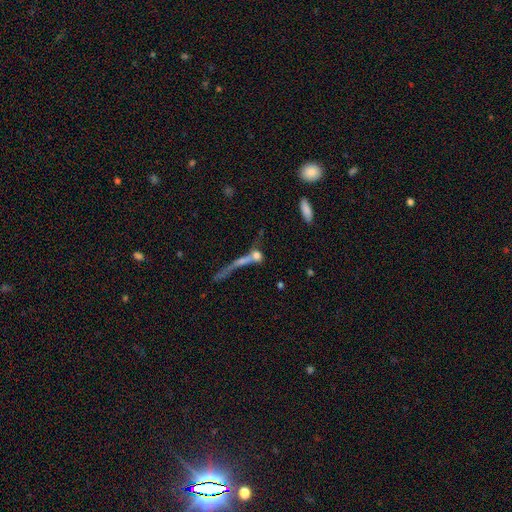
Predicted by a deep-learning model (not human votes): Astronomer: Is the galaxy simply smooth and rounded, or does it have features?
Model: smooth — 49% (runner-up: featured or disk, 35%).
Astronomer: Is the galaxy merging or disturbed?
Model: merger — 47% (runner-up: none, 26%).